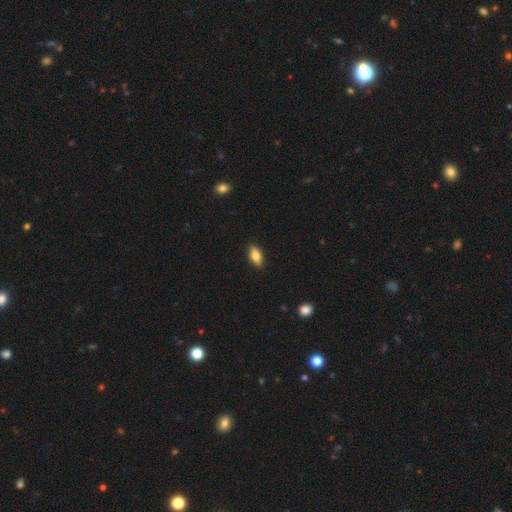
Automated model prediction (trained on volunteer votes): A smooth galaxy with no disk features (78%) that is in between round and cigar-shaped (87%).

Vote fractions:
- Smooth or featured? smooth: 78% / featured or disk: 15% / star or artifact: 7%
- How rounded? in between: 87% / cigar-shaped: 10% / round: 4%
- Merging? none: 88% / minor disturbance: 9% / major disturbance: 2% / merger: 1%